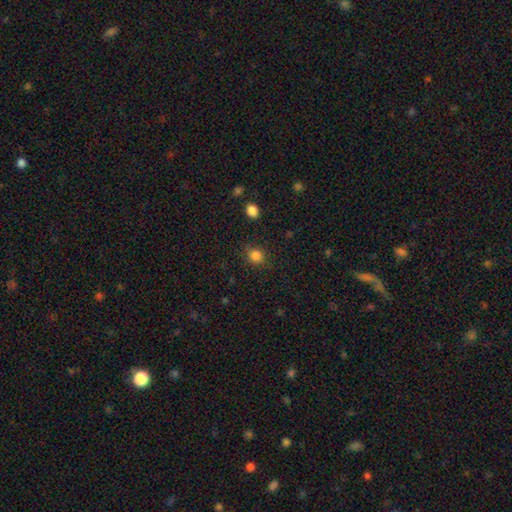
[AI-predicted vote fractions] A smooth galaxy with no disk features (84%) that is round (75%). Merging: none (83%).